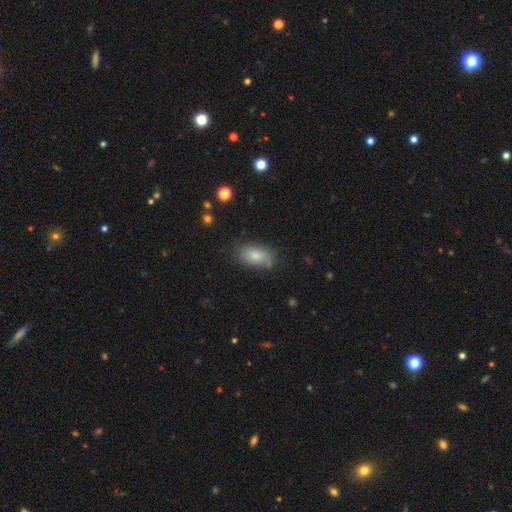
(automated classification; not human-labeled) This appears to be a smooth galaxy with no disk features (80%) that is in between round and cigar-shaped (91%). Merging: none (74%).